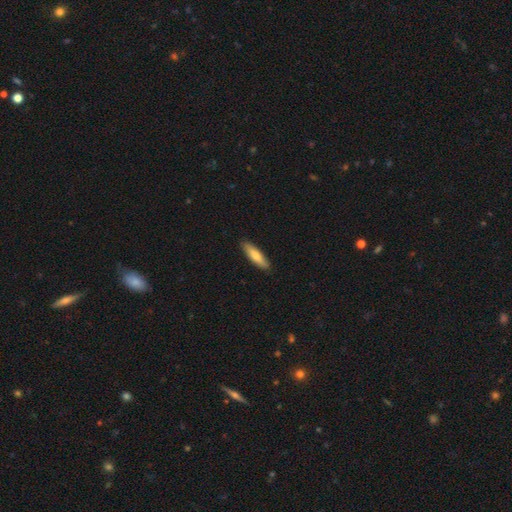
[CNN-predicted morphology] Q: Smooth or featured?
A: smooth (74%); runner-up: featured or disk (21%)
Q: How rounded?
A: cigar-shaped (64%); runner-up: in between (34%)
Q: Merging?
A: none (89%); runner-up: minor disturbance (9%)